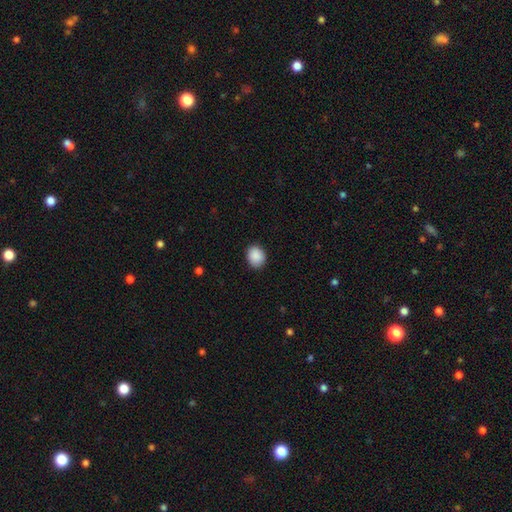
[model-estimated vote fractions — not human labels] The model was most divided on "how rounded": round: 55%, in between: 45%, cigar-shaped: 1%. More confident: smooth or featured — smooth (90%); merging — none (86%).